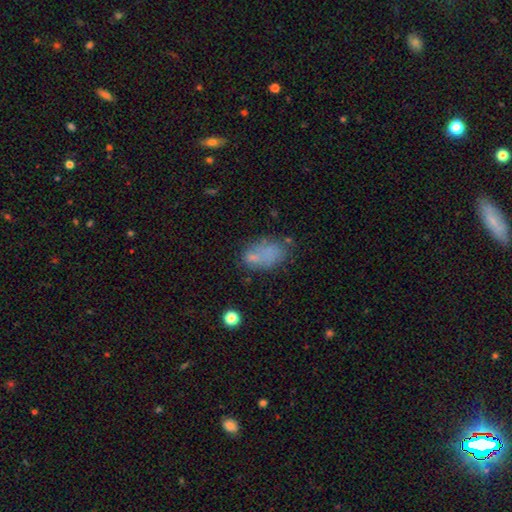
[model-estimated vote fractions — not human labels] This appears to be a smooth galaxy with no disk features (68%) that is in between round and cigar-shaped (87%). Merging: none (51%).